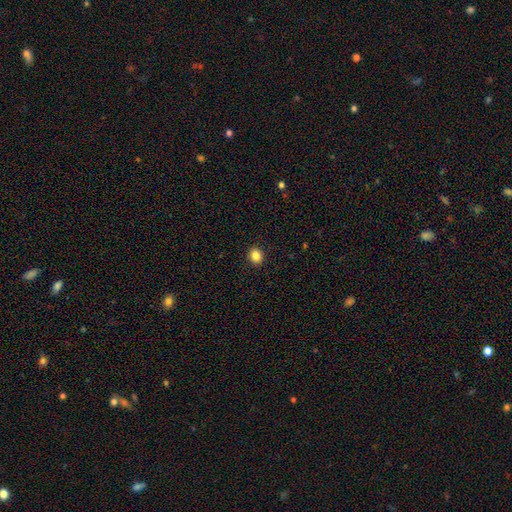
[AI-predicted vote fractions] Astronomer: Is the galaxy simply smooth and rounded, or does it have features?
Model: smooth — 85%.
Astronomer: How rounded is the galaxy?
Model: round — 70%.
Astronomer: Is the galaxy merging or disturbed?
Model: none — 92%.